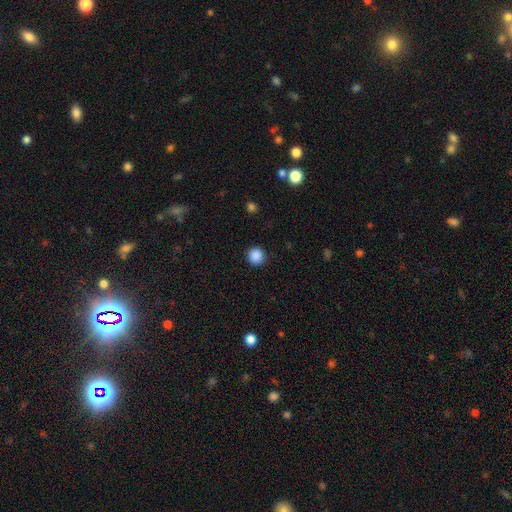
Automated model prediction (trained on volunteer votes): A smooth galaxy with no disk features (88%) that is round (94%). Merging: none (91%).